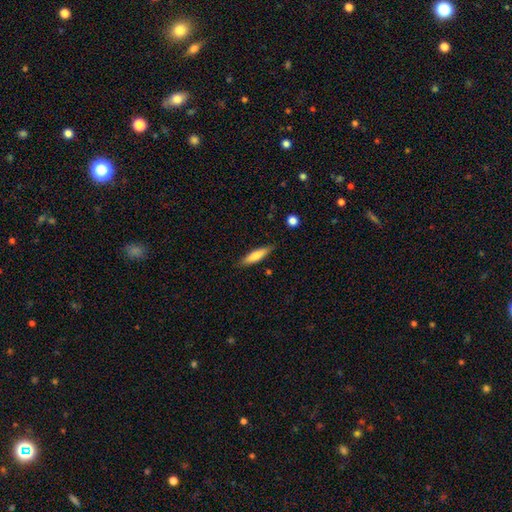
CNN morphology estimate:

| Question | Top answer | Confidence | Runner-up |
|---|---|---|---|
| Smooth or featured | smooth | 71% | featured or disk (23%) |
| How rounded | cigar-shaped | 75% | in between (24%) |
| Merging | none | 84% | minor disturbance (12%) |